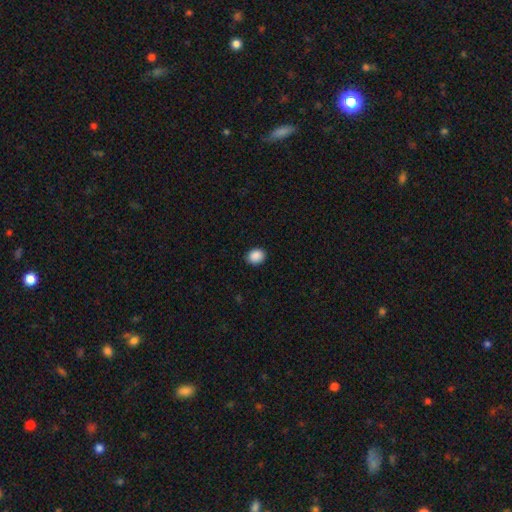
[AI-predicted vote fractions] smooth 89%, star or artifact 8%, featured or disk 2%. Down the decision tree: how rounded — round (52%); merging — none (89%).